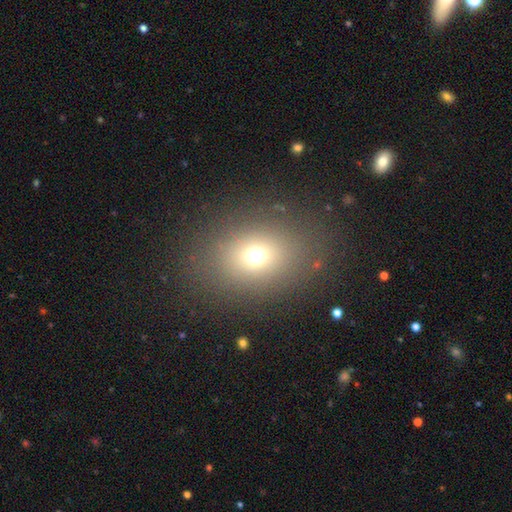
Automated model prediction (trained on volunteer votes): smooth 68%, star or artifact 21%, featured or disk 11%. Down the decision tree: how rounded — round (52%); merging — none (82%).